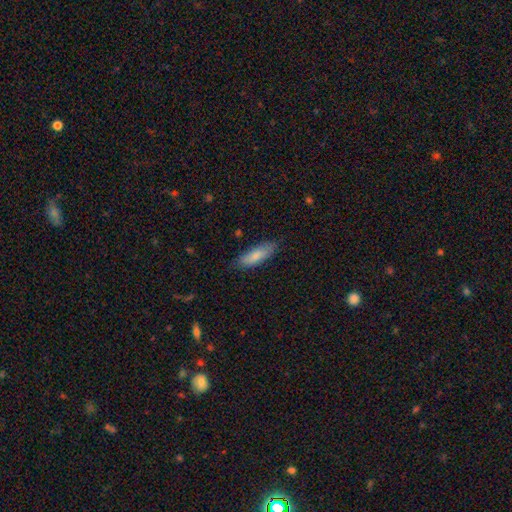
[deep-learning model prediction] This is clearly a smooth galaxy (83%). How rounded: possibly in between (54%). Merging: clearly none (82%).